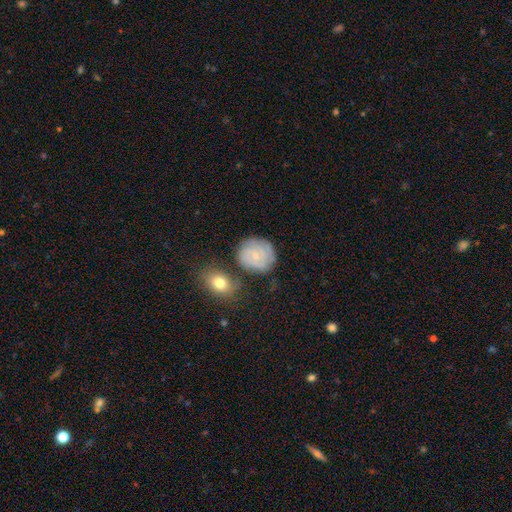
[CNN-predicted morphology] Q: Smooth or featured?
A: featured or disk (60%); runner-up: smooth (32%)
Q: Edge-on disk?
A: no (98%); runner-up: yes (2%)
Q: Bar?
A: no (69%); runner-up: weak (27%)
Q: Spiral arms?
A: yes (89%); runner-up: no (11%)
Q: Spiral winding?
A: tight (67%); runner-up: medium (26%)
Q: Spiral arm count?
A: can't tell (34%); runner-up: 2 (24%)
Q: Bulge size?
A: small (76%); runner-up: moderate (14%)
Q: Merging?
A: none (72%); runner-up: minor disturbance (17%)